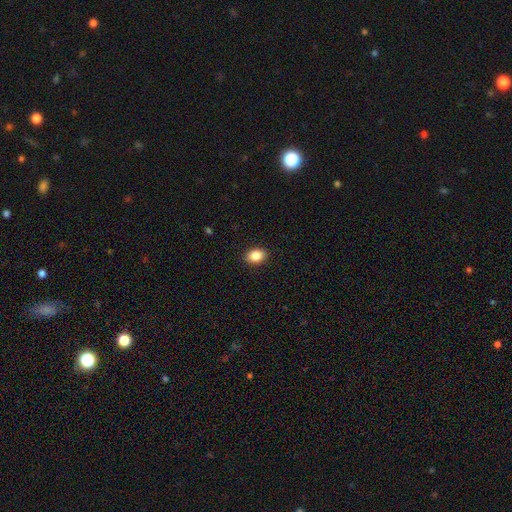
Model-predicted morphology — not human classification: A smooth galaxy with no disk features (87%) that is in between round and cigar-shaped (74%). Merging: none (91%).